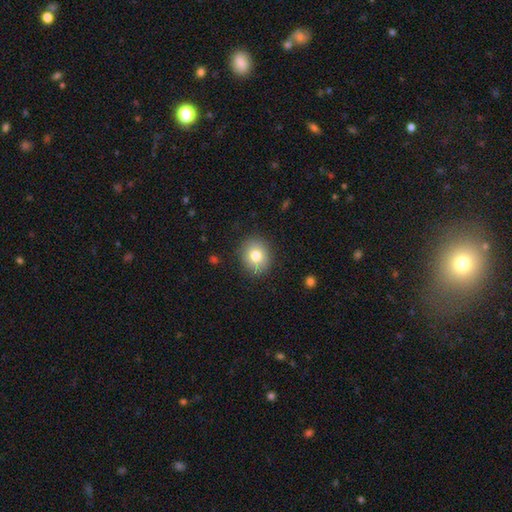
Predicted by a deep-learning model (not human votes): A smooth galaxy with no disk features (79%) that is round (70%). Merging: none (88%).